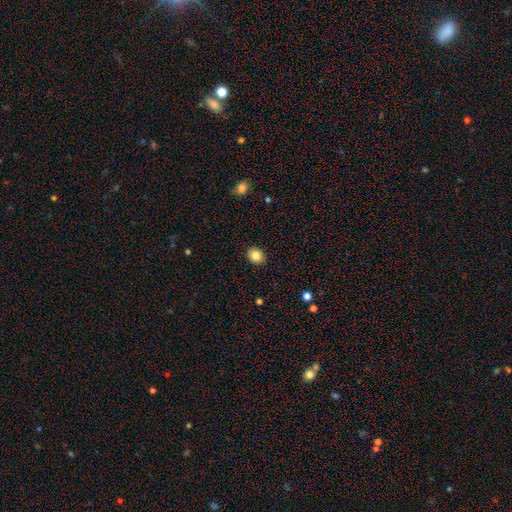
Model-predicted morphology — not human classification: A smooth galaxy with no disk features (84%) that is round (61%). Merging: none (91%).